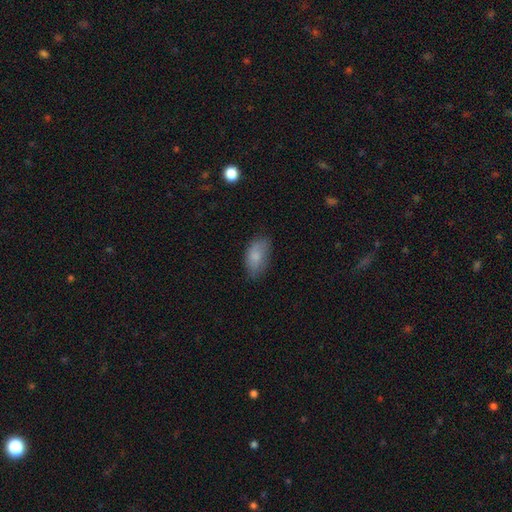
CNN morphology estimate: Overall: smooth (80%). How rounded: in between (93%). Merging: none (68%).